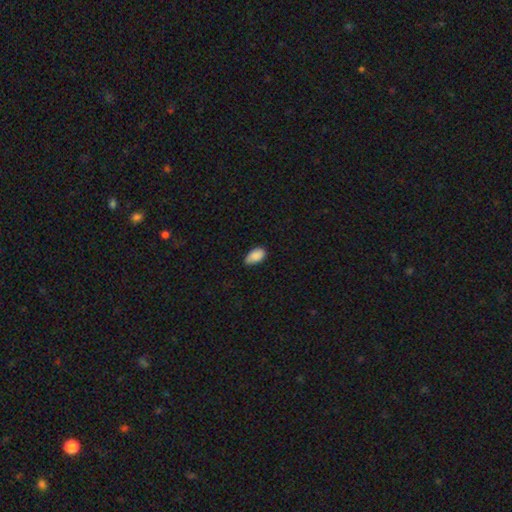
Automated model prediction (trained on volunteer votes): Smooth or featured? Predicted: smooth (p=0.88). How rounded? Predicted: in between (p=0.94). Merging? Predicted: none (p=0.65).